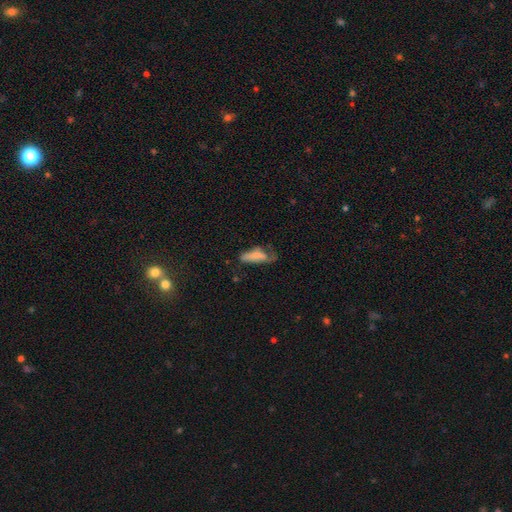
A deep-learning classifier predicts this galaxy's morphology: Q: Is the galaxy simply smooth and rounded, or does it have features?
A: smooth — 68%.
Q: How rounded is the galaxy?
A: in between — 59%.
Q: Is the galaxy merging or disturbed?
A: major disturbance — 34%.